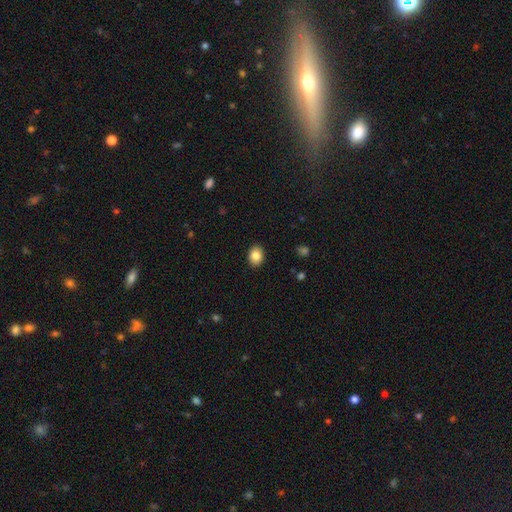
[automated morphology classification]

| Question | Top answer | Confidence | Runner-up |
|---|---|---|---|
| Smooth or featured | smooth | 85% | star or artifact (9%) |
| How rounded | in between | 58% | round (41%) |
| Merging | none | 90% | minor disturbance (7%) |